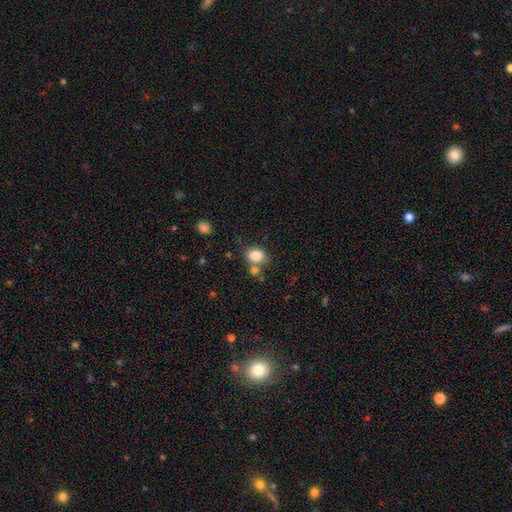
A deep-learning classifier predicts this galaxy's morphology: smooth-or-featured: smooth: 83% | star or artifact: 10% | featured or disk: 7%
  how-rounded: in between: 55% | round: 45% | cigar-shaped: 1%
  merging: none: 62% | merger: 20% | minor disturbance: 13% | major disturbance: 4%